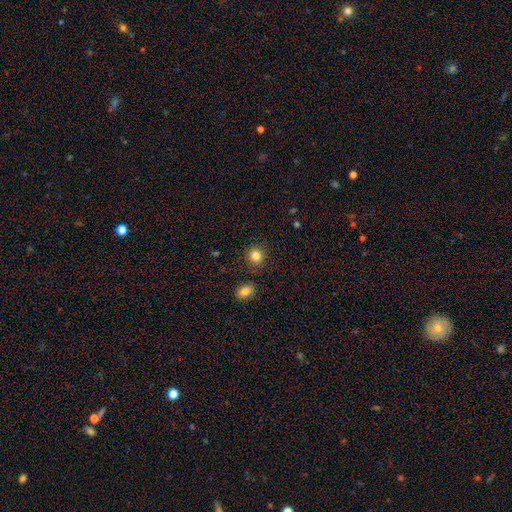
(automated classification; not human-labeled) Smooth or featured: smooth — 84% (star or artifact — 11%)
How rounded: round — 88% (in between — 11%)
Merging: none — 89% (minor disturbance — 6%)